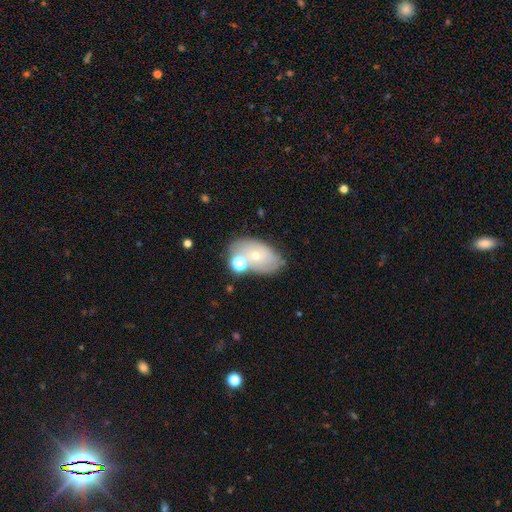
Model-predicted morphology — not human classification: This is possibly a smooth galaxy (54%). How rounded: clearly in between (85%). Merging: possibly none (56%).